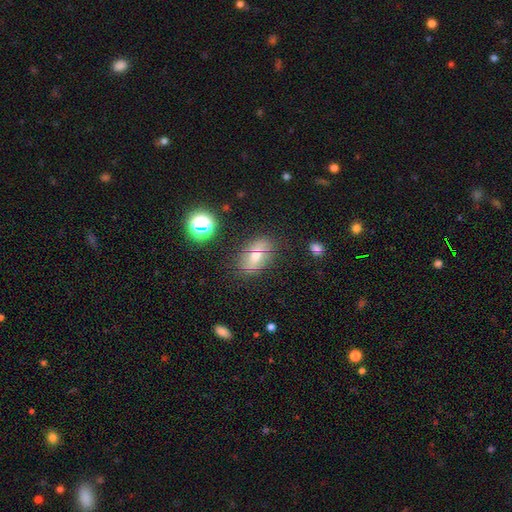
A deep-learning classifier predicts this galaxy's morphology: Smooth or featured? Predicted: smooth (p=0.49). Merging? Predicted: none (p=0.74).